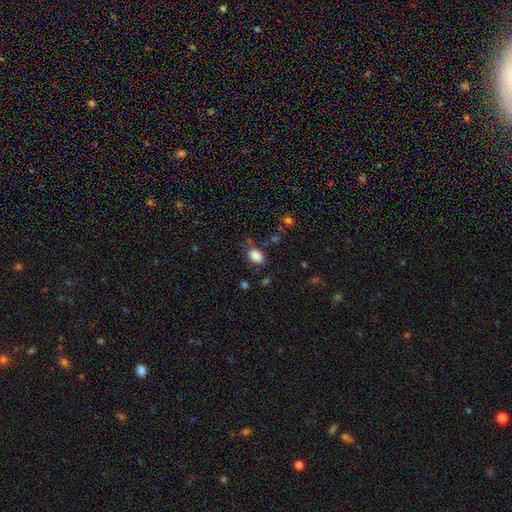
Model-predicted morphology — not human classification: Q: Smooth or featured?
A: smooth (86%); runner-up: star or artifact (9%)
Q: How rounded?
A: in between (83%); runner-up: round (16%)
Q: Merging?
A: none (74%); runner-up: minor disturbance (17%)